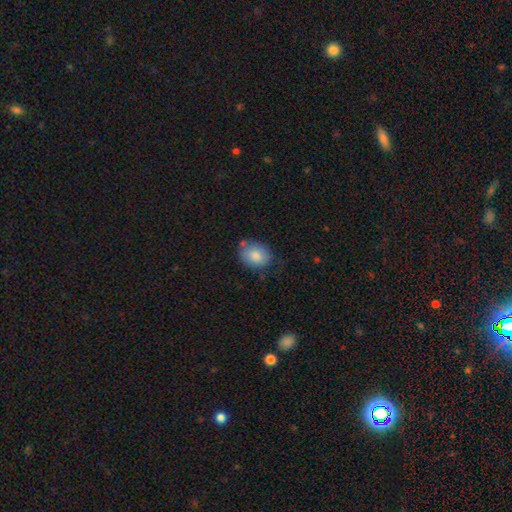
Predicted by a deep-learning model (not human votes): smooth 82%, featured or disk 10%, star or artifact 7%. Down the decision tree: how rounded — in between (59%); merging — none (65%).